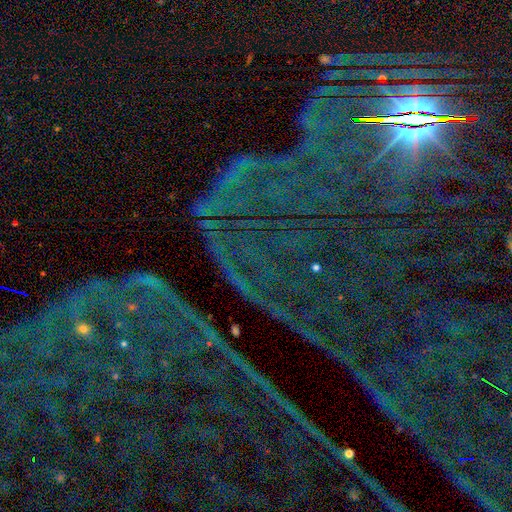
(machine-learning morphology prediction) Smooth or featured? Predicted: star or artifact (p=0.86).